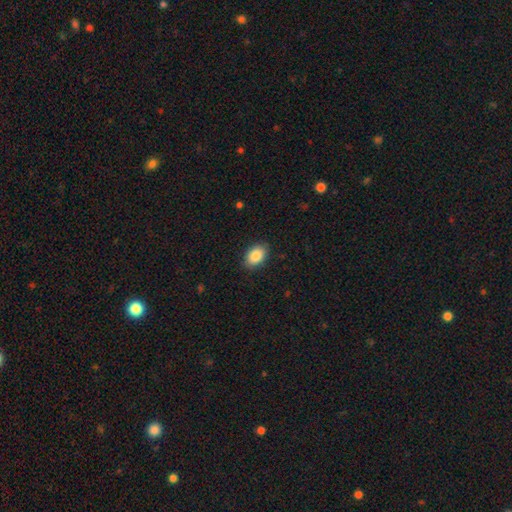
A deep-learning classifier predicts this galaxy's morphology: Smooth or featured? smooth (88%)
How rounded? in between (89%)
Merging? none (87%)